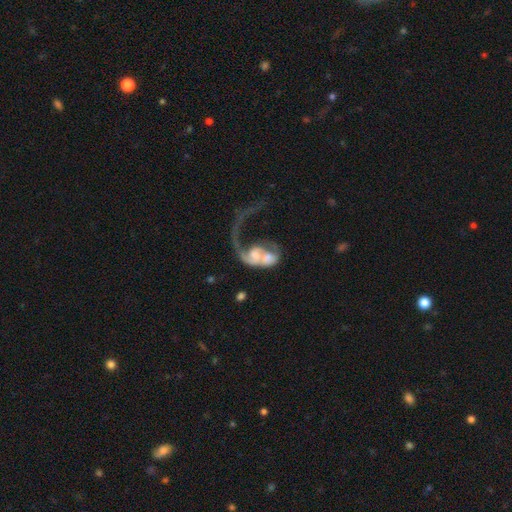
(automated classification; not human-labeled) Overall: featured or disk (69%). Edge-on disk: no (97%). Bar: no (68%). Spiral arms: yes (74%). Bulge size: moderate (41%; small 22%). Merging: merger (52%; major disturbance 32%).